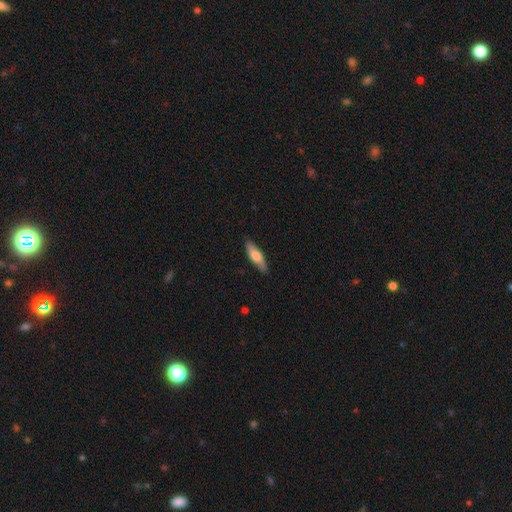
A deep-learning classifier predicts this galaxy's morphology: This is likely a smooth galaxy (67%). How rounded: possibly cigar-shaped (58%). Merging: clearly none (85%).